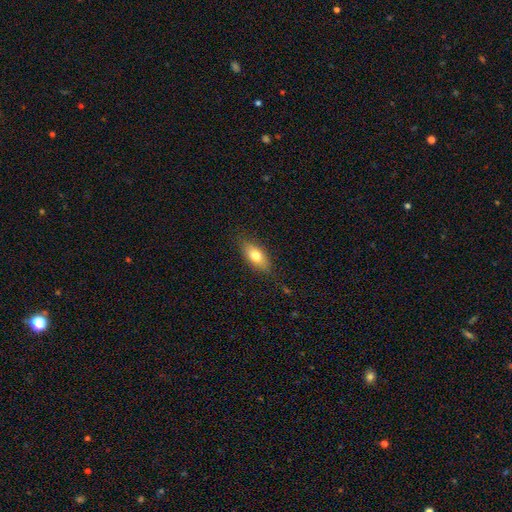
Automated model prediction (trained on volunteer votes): Morphology: type=smooth (75%); roundness=in between (84%); merging=none (82%).